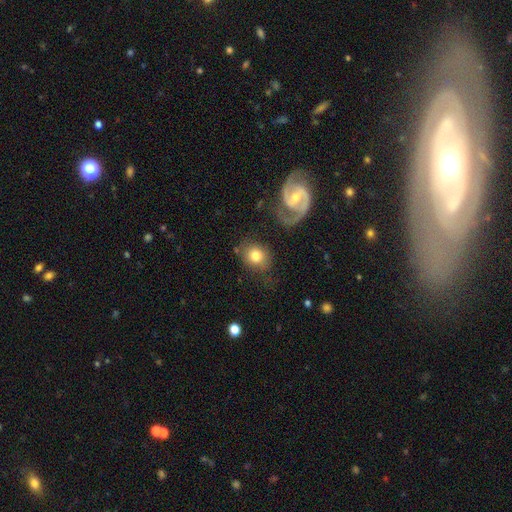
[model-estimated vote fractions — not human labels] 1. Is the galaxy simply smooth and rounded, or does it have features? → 69% smooth, 23% featured or disk, 8% star or artifact.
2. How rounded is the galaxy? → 70% round, 29% in between, 1% cigar-shaped.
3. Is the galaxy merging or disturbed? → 66% none, 17% minor disturbance, 12% major disturbance, 6% merger.